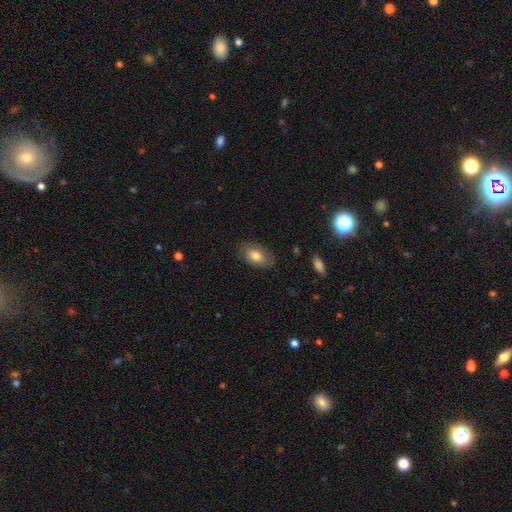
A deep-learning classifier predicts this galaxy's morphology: A smooth galaxy with no disk features (77%) that is in between round and cigar-shaped (91%). Merging: none (81%).